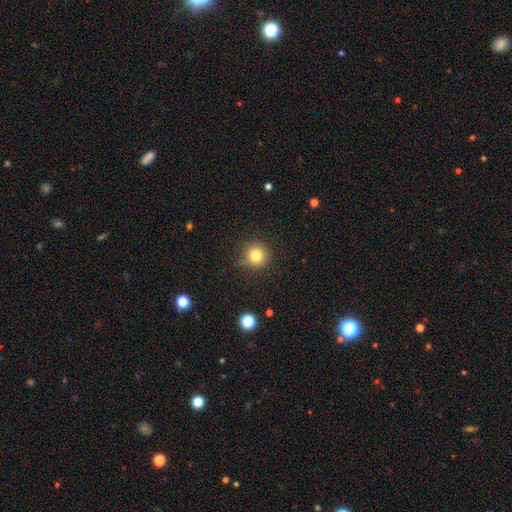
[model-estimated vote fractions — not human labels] Morphology: type=smooth (80%); roundness=round (94%); merging=none (83%).